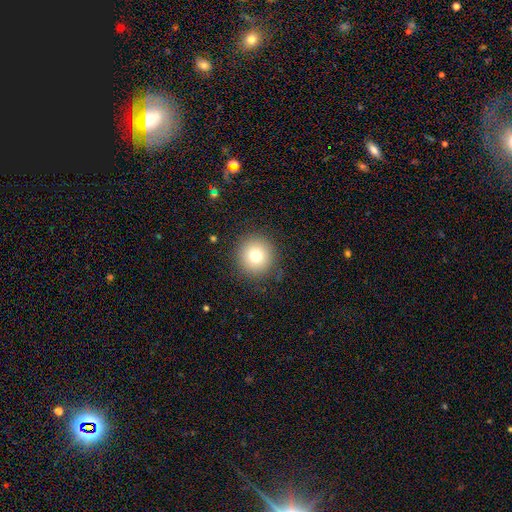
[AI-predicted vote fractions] Smooth or featured? smooth (76%)
How rounded? round (95%)
Merging? none (89%)